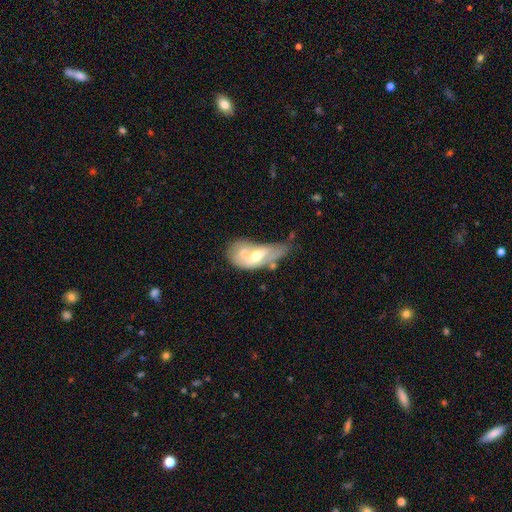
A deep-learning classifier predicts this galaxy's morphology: A featured or disk galaxy (48%).

Vote fractions:
- Smooth or featured? featured or disk: 48% / smooth: 45% / star or artifact: 7%
- Merging? merger: 52% / minor disturbance: 16% / major disturbance: 16% / none: 16%